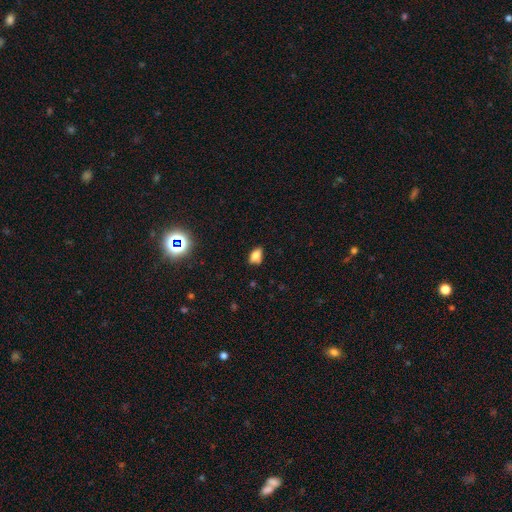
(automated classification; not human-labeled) smooth-or-featured: smooth: 76% | star or artifact: 13% | featured or disk: 11%
  how-rounded: in between: 84% | round: 13% | cigar-shaped: 3%
  merging: none: 68% | minor disturbance: 25% | major disturbance: 5% | merger: 2%